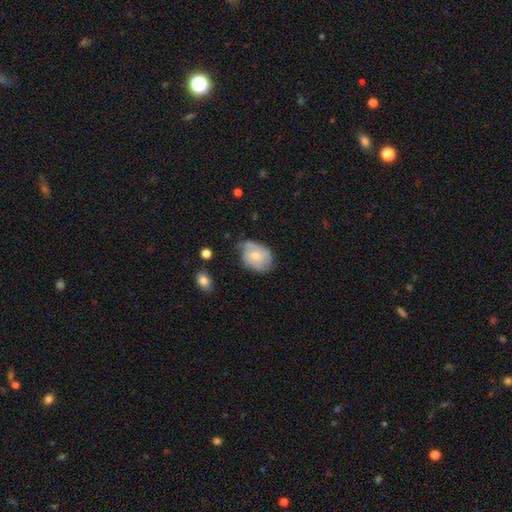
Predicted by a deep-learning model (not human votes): A smooth galaxy with no disk features (47%). Merging: none (51%).